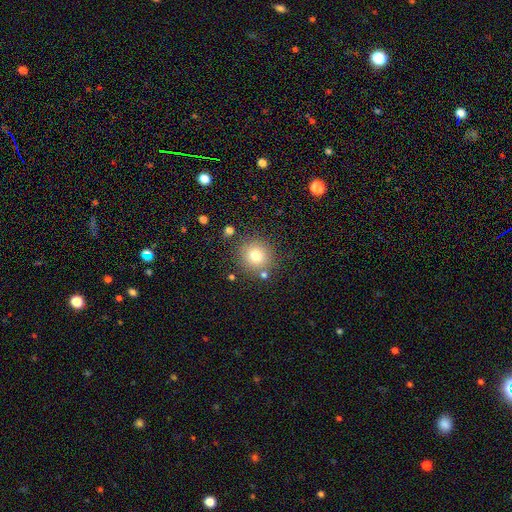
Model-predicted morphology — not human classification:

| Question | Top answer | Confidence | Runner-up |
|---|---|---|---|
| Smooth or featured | smooth | 78% | star or artifact (12%) |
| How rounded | round | 92% | in between (7%) |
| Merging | none | 83% | minor disturbance (9%) |